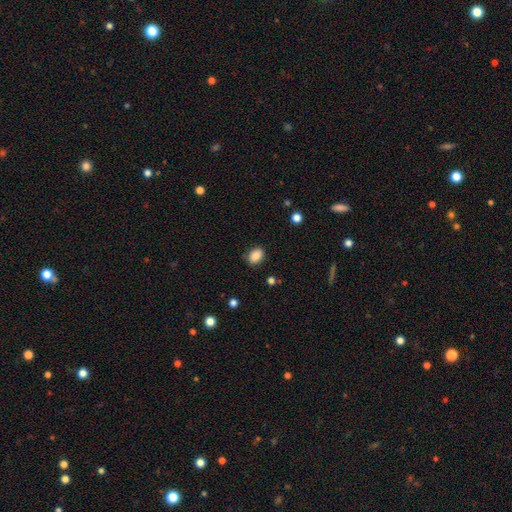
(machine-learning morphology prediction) A smooth galaxy with no disk features (87%) that is in between round and cigar-shaped (77%). Merging: none (85%).